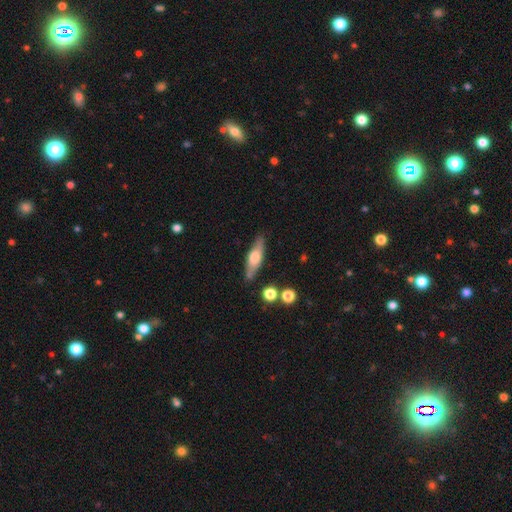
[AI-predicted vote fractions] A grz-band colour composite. It shows a featured or disk galaxy (49%). Merging: none (81%).